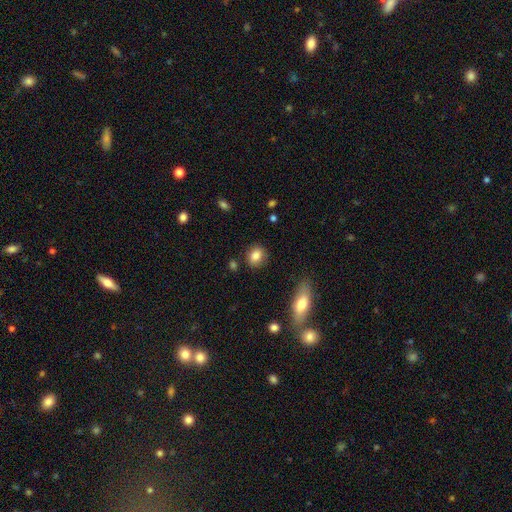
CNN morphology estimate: A smooth galaxy with no disk features (84%) that is round (59%).

Vote fractions:
- Smooth or featured? smooth: 84% / star or artifact: 8% / featured or disk: 8%
- How rounded? round: 59% / in between: 39% / cigar-shaped: 2%
- Merging? none: 86% / minor disturbance: 9% / major disturbance: 2% / merger: 2%